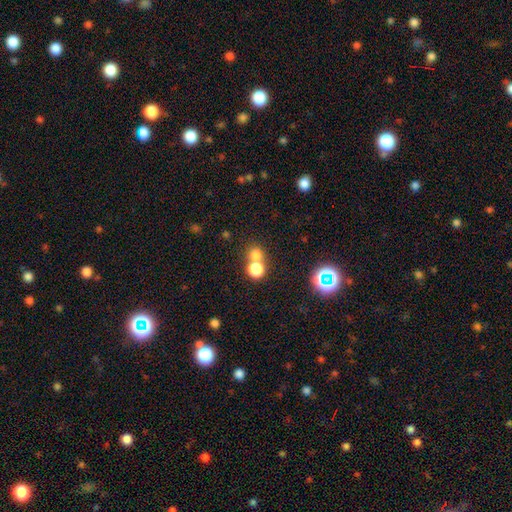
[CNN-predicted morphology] type=smooth (74%); roundness=round (83%); merging=none (46%).